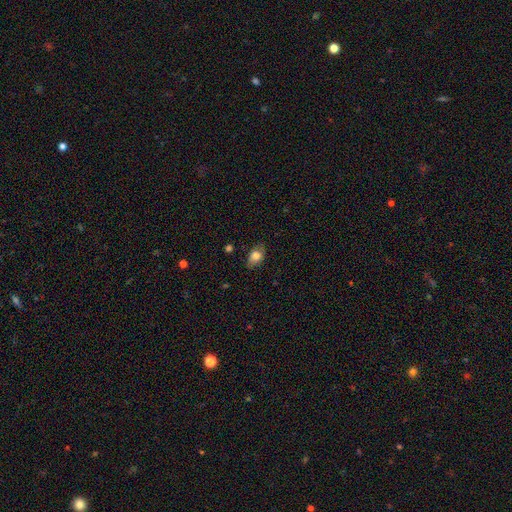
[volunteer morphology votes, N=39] This is likely a smooth galaxy (79%). How rounded: likely in between (77%). Merging: likely none (68%).